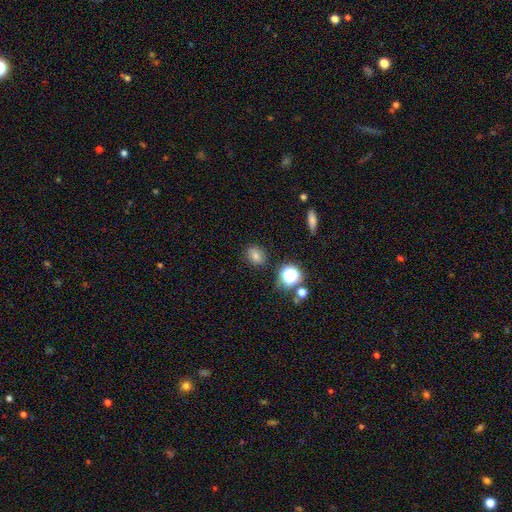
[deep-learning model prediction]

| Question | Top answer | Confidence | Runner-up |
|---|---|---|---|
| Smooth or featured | smooth | 72% | star or artifact (18%) |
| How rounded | round | 60% | in between (38%) |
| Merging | none | 85% | minor disturbance (9%) |